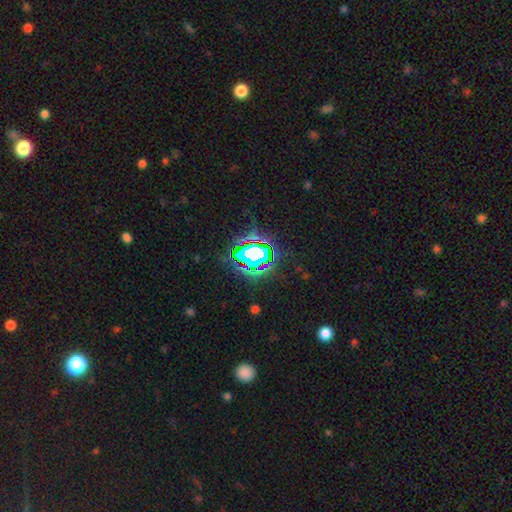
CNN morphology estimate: smooth-or-featured: star or artifact: 65% | smooth: 18% | featured or disk: 16%